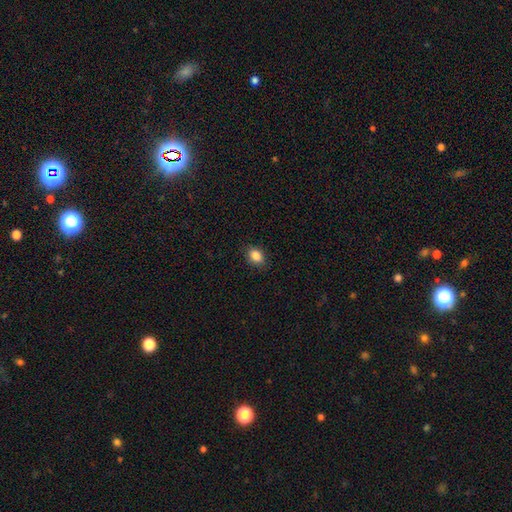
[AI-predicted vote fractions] smooth 86%, star or artifact 9%, featured or disk 4%. Down the decision tree: how rounded — in between (68%); merging — none (87%).